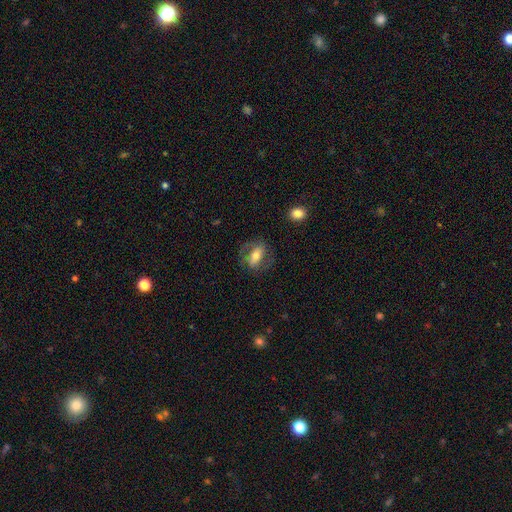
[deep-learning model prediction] This appears to be a smooth galaxy with no disk features (50%). Merging: none (67%).